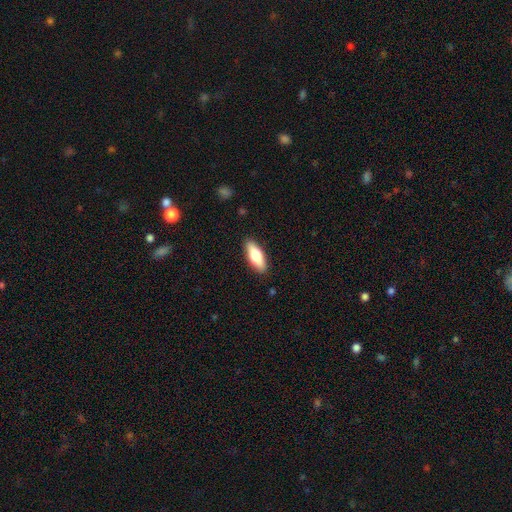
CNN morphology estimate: Q: Smooth or featured?
A: smooth (71%); runner-up: featured or disk (23%)
Q: How rounded?
A: in between (68%); runner-up: cigar-shaped (30%)
Q: Merging?
A: none (88%); runner-up: minor disturbance (9%)